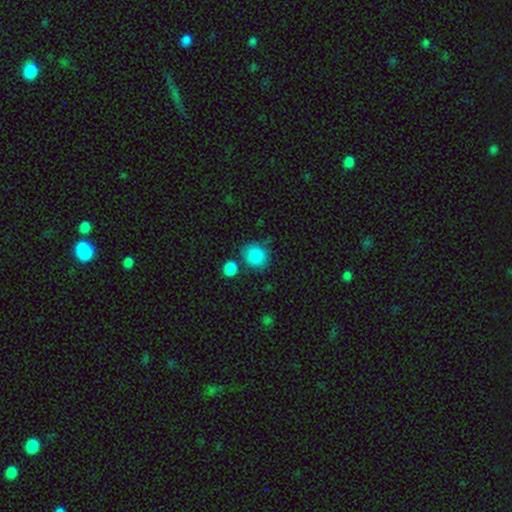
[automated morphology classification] A smooth galaxy with no disk features (88%) that is round (75%). Merging: none (70%).